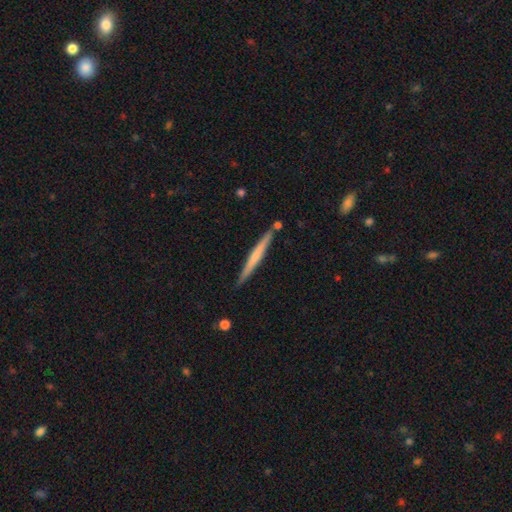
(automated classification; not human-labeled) Smooth or featured? smooth (48%)
Merging? none (87%)